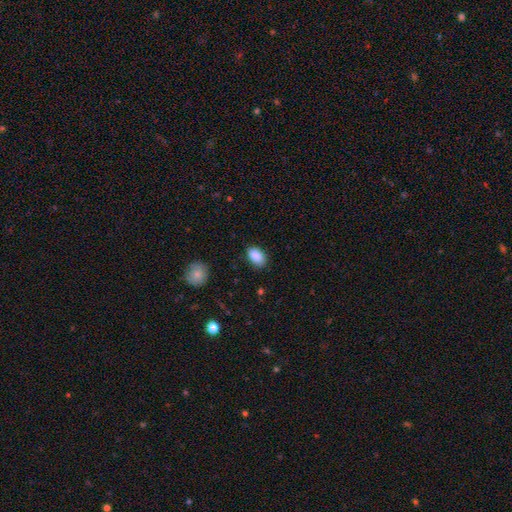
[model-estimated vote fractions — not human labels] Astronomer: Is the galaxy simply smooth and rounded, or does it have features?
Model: smooth — 88%.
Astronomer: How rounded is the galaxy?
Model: in between — 88%.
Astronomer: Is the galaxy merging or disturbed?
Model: none — 84%.